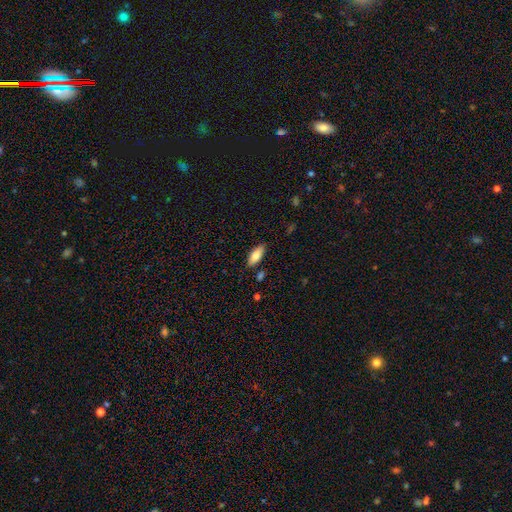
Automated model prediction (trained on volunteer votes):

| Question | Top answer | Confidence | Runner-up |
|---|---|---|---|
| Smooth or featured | smooth | 79% | featured or disk (14%) |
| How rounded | in between | 80% | cigar-shaped (18%) |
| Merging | none | 86% | minor disturbance (10%) |